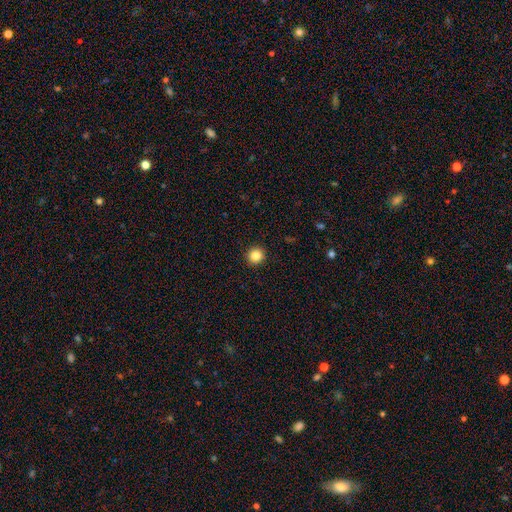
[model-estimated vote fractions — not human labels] smooth_or_featured: smooth (p=0.85) [alt: star or artifact p=0.11]
how_rounded: round (p=0.93) [alt: in between p=0.06]
merging: none (p=0.93) [alt: minor disturbance p=0.04]